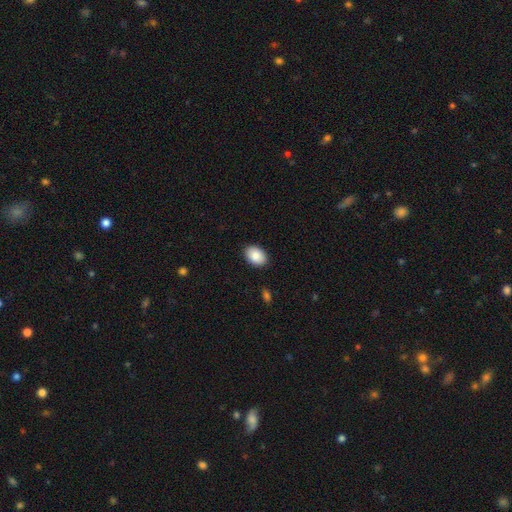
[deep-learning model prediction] Smooth or featured?
  - smooth: 89% *
  - star or artifact: 6%
  - featured or disk: 5%
How rounded?
  - in between: 83% *
  - round: 16%
  - cigar-shaped: 1%
Merging?
  - none: 89% *
  - minor disturbance: 8%
  - major disturbance: 2%
  - merger: 1%